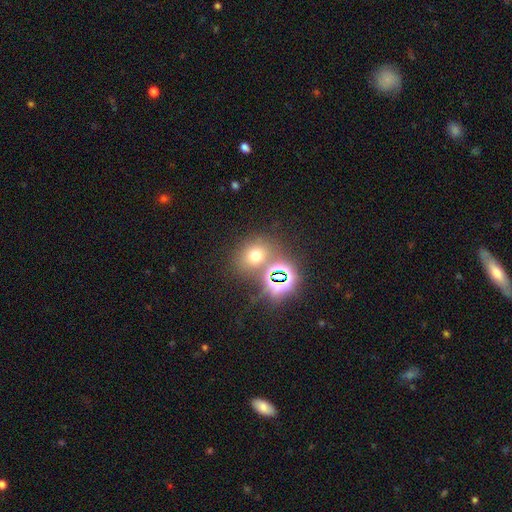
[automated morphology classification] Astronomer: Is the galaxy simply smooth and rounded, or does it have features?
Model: smooth — 56% (runner-up: star or artifact, 34%).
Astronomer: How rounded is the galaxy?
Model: round — 64%.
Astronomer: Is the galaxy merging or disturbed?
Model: none — 67%.